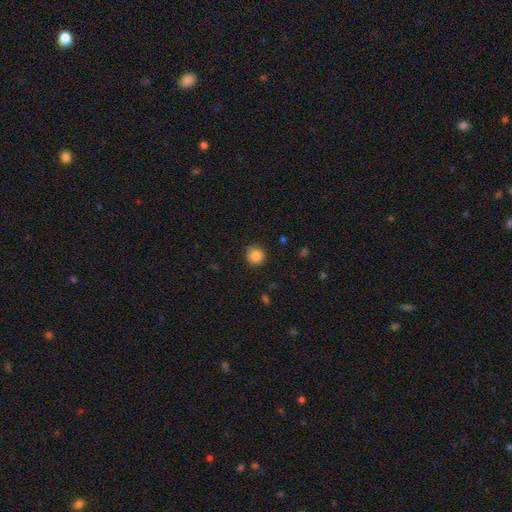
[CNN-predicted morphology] Q: Smooth or featured?
A: smooth (84%); runner-up: star or artifact (10%)
Q: How rounded?
A: round (93%); runner-up: in between (6%)
Q: Merging?
A: none (85%); runner-up: minor disturbance (12%)